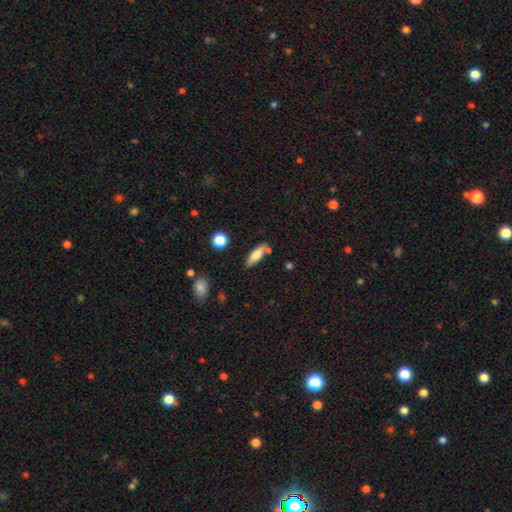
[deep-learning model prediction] Morphology: type=smooth (72%); roundness=in between (52%); merging=none (69%).